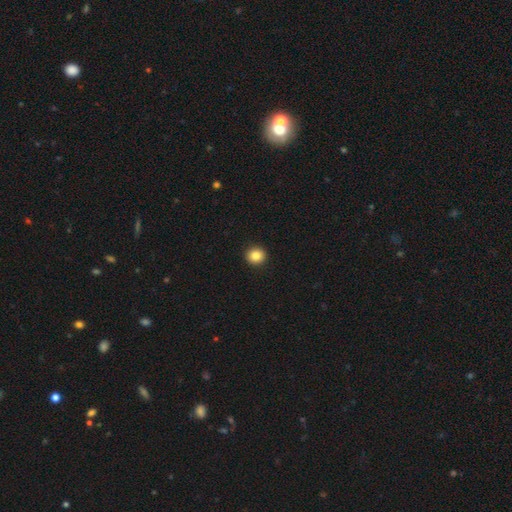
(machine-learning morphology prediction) Smooth or featured: smooth — 85% (star or artifact — 10%)
How rounded: round — 91% (in between — 8%)
Merging: none — 94% (minor disturbance — 4%)